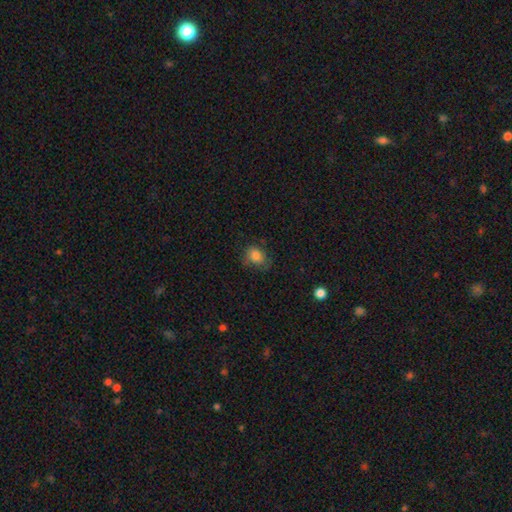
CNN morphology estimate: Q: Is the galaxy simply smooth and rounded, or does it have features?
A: smooth — 82%.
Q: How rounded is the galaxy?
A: in between — 59%.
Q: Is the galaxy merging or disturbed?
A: none — 63%.